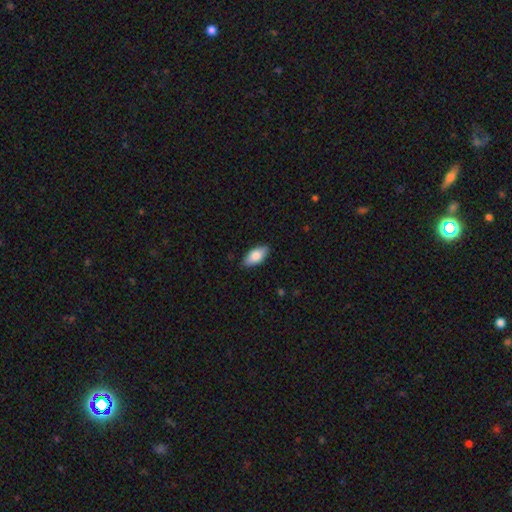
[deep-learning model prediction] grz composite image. It shows a smooth galaxy with no disk features (81%) that is in between round and cigar-shaped (90%). Merging: none (88%).